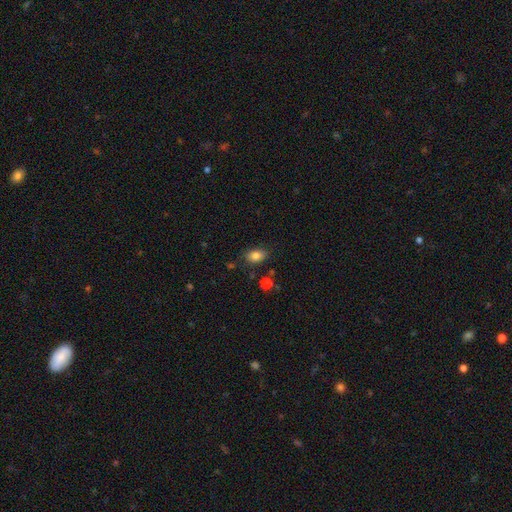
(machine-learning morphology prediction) Q: Smooth or featured?
A: smooth (83%); runner-up: star or artifact (10%)
Q: How rounded?
A: in between (84%); runner-up: round (14%)
Q: Merging?
A: none (81%); runner-up: minor disturbance (13%)